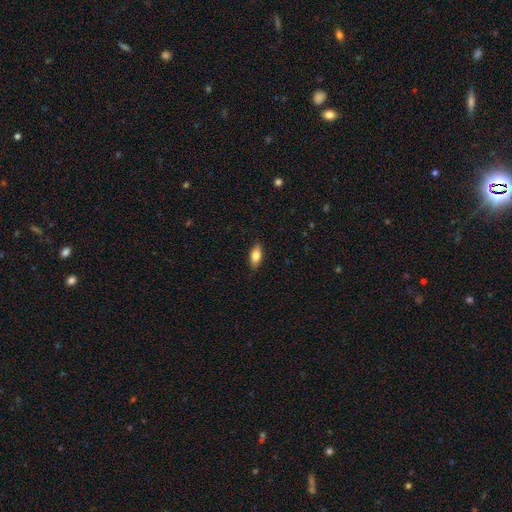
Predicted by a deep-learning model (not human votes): Q: Smooth or featured?
A: smooth (78%); runner-up: featured or disk (15%)
Q: How rounded?
A: in between (83%); runner-up: cigar-shaped (14%)
Q: Merging?
A: none (88%); runner-up: minor disturbance (9%)